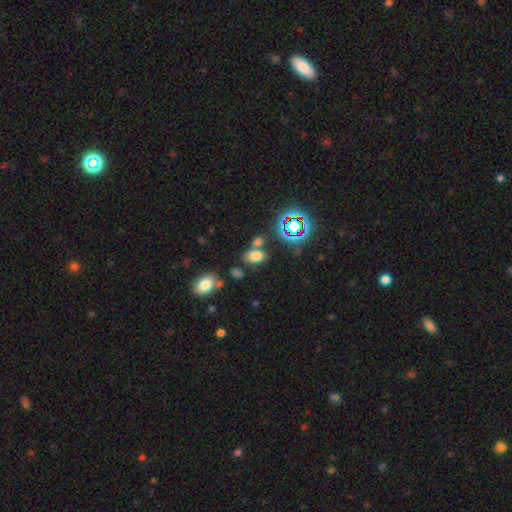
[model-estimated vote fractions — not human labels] Q: Smooth or featured?
A: smooth (73%); runner-up: star or artifact (20%)
Q: How rounded?
A: in between (87%); runner-up: round (11%)
Q: Merging?
A: none (63%); runner-up: merger (19%)